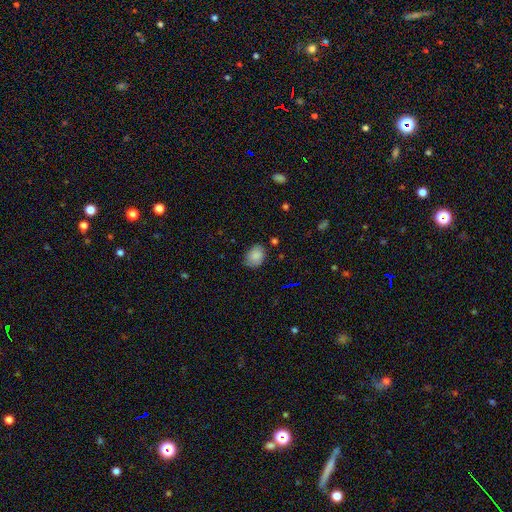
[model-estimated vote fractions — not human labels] Overall: smooth (82%). How rounded: in between (61%; round 38%). Merging: none (72%).